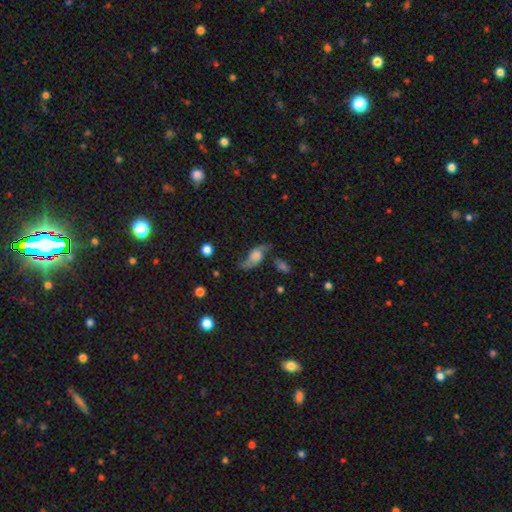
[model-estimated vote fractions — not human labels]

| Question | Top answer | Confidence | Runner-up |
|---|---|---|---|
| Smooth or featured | featured or disk | 66% | smooth (25%) |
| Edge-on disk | no | 82% | yes (18%) |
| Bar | no | 66% | weak (27%) |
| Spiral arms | yes | 88% | no (12%) |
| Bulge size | large | 39% | moderate (22%) |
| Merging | none | 60% | minor disturbance (22%) |